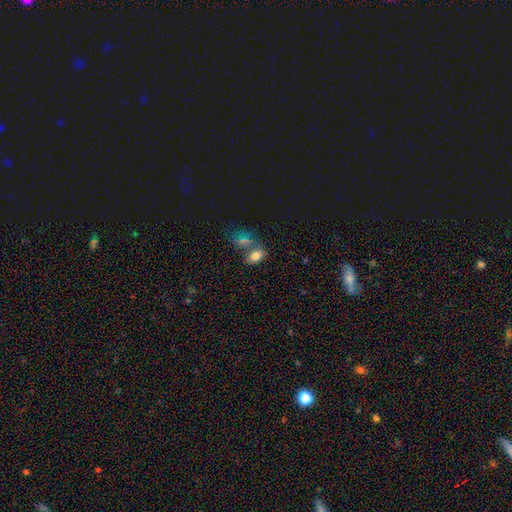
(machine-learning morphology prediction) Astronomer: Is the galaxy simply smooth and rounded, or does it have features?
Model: smooth — 78%.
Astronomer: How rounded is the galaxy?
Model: in between — 85%.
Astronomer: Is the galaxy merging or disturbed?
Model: none — 58%.